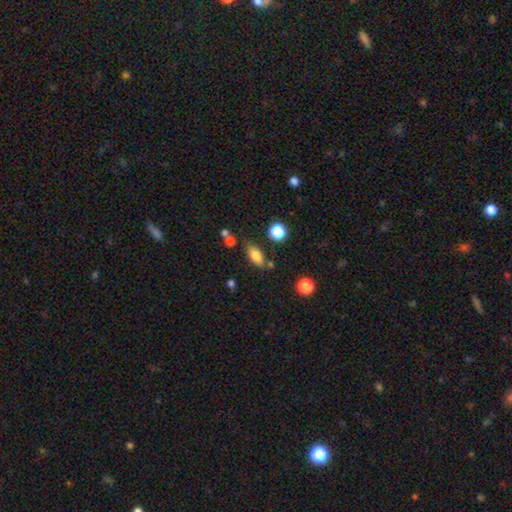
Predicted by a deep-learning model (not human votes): smooth-or-featured: smooth: 78% | featured or disk: 12% | star or artifact: 10%
  how-rounded: in between: 84% | cigar-shaped: 9% | round: 7%
  merging: none: 72% | minor disturbance: 15% | merger: 8% | major disturbance: 4%